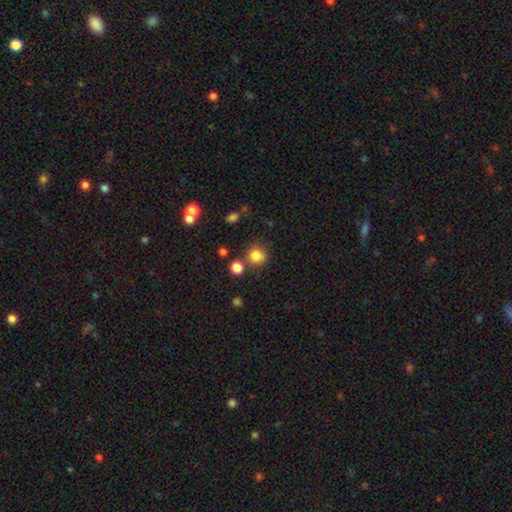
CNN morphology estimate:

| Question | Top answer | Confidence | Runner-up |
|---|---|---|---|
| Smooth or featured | smooth | 82% | star or artifact (13%) |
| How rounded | round | 85% | in between (14%) |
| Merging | none | 71% | minor disturbance (12%) |